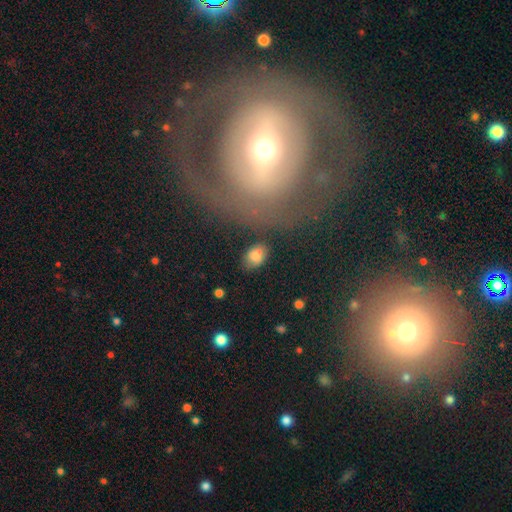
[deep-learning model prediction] Smooth or featured? smooth (80%)
How rounded? in between (80%)
Merging? none (70%)